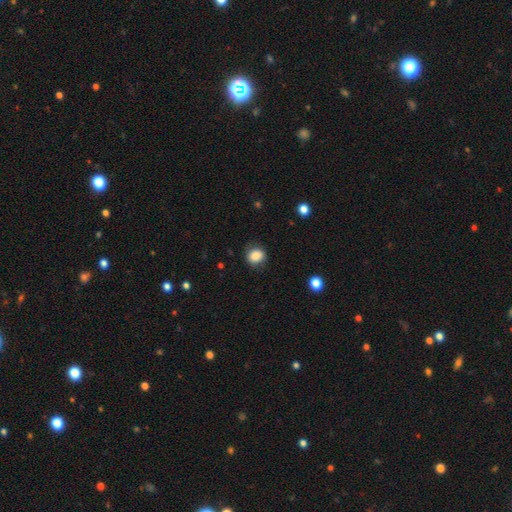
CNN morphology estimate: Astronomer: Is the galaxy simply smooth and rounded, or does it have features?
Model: smooth — 85%.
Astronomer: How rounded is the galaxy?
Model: round — 73%.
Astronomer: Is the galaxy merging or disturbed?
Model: none — 81%.